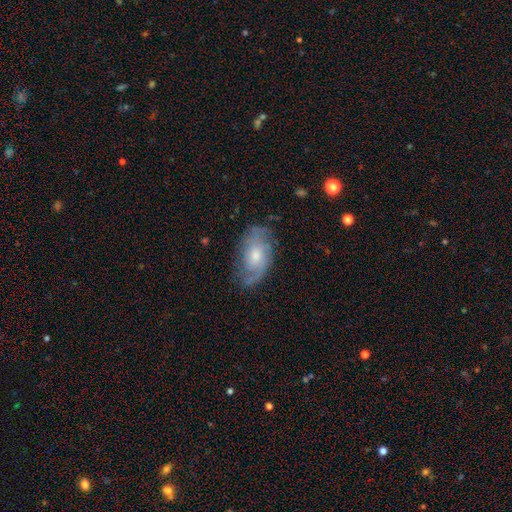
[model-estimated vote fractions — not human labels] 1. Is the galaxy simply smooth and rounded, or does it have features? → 70% featured or disk, 23% smooth, 7% star or artifact.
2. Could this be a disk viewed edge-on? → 94% no, 6% yes.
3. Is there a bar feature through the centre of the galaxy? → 69% no, 27% weak, 4% strong.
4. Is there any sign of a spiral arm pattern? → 89% yes, 11% no.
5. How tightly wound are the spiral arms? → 42% medium, 31% tight, 27% loose.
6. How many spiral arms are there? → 57% 2, 22% can't tell, 10% 1, 6% 3, 2% 4, 2% more than 4.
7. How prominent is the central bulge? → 54% moderate, 36% small, 6% large, 3% none, 1% dominant.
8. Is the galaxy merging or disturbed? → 70% none, 21% minor disturbance, 8% major disturbance, 1% merger.